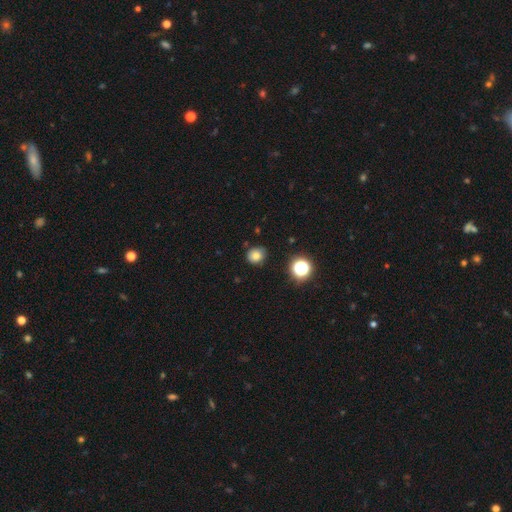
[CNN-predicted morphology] This appears to be a smooth galaxy with no disk features (78%) that is round (77%). Merging: none (82%).